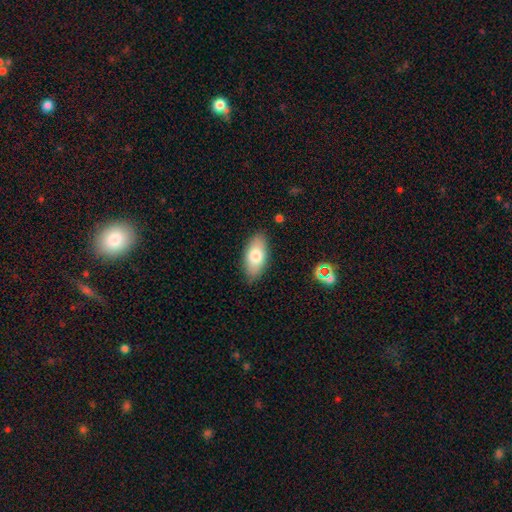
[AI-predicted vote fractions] Smooth or featured?
  - smooth: 75% *
  - featured or disk: 18%
  - star or artifact: 7%
How rounded?
  - in between: 91% *
  - cigar-shaped: 6%
  - round: 3%
Merging?
  - none: 85% *
  - minor disturbance: 11%
  - major disturbance: 2%
  - merger: 1%